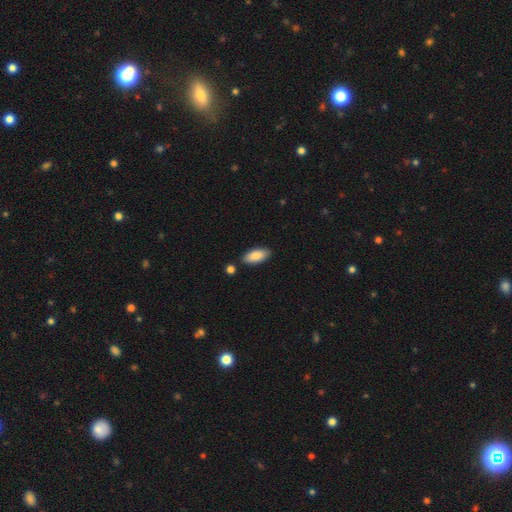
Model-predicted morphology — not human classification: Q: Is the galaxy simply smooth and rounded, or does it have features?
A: smooth — 87%.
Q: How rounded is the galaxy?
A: in between — 88%.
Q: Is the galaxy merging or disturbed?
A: none — 85%.